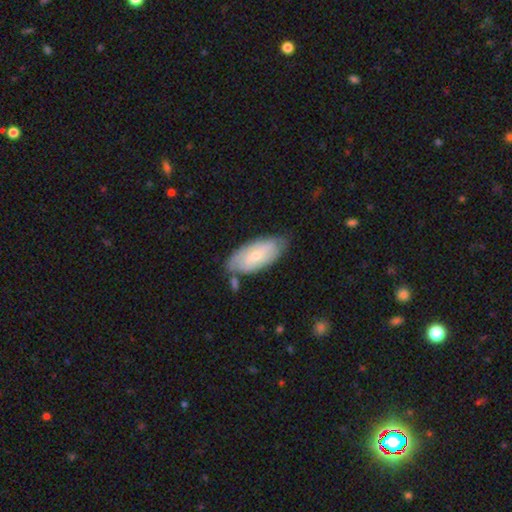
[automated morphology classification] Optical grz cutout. It shows a smooth galaxy with no disk features (49%). Merging: none (65%).